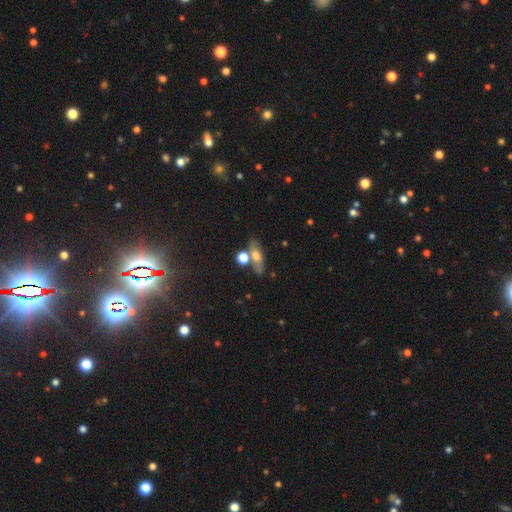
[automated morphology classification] type=smooth (56%); roundness=in between (55%); merging=none (61%).